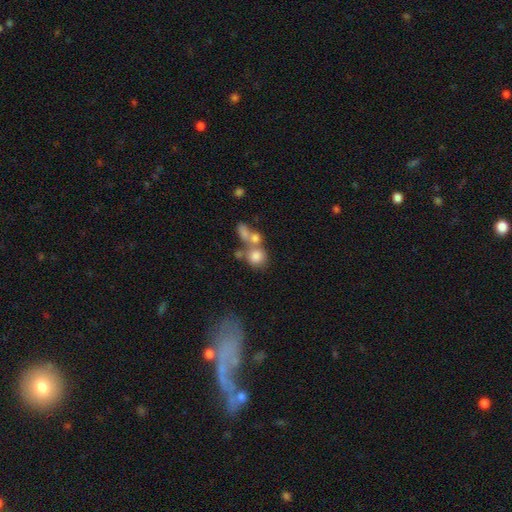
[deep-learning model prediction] Smooth or featured: smooth — 74% (featured or disk — 15%)
How rounded: round — 77% (in between — 21%)
Merging: merger — 47% (none — 37%)